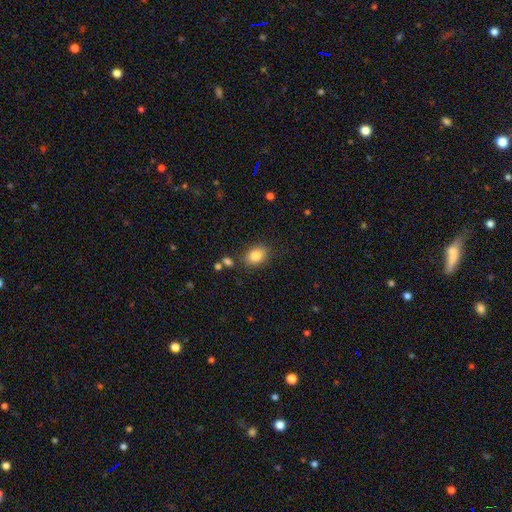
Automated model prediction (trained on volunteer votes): The model was most divided on "how rounded": in between: 76%, round: 23%, cigar-shaped: 1%. More confident: smooth or featured — smooth (84%); merging — none (81%).